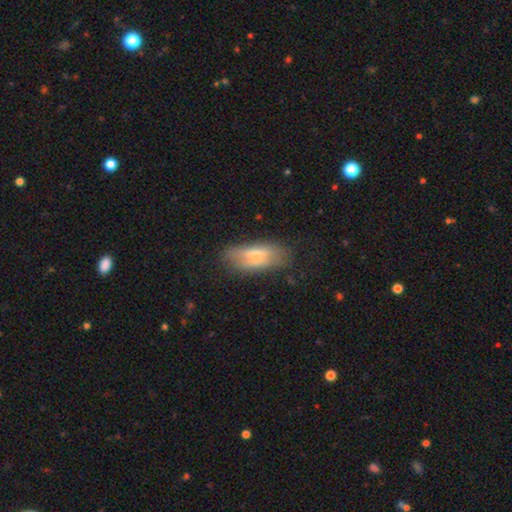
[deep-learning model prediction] A smooth galaxy with no disk features (57%) that is in between round and cigar-shaped (66%).

Vote fractions:
- Smooth or featured? smooth: 57% / featured or disk: 35% / star or artifact: 8%
- How rounded? in between: 66% / cigar-shaped: 31% / round: 3%
- Merging? none: 71% / minor disturbance: 21% / major disturbance: 6% / merger: 2%